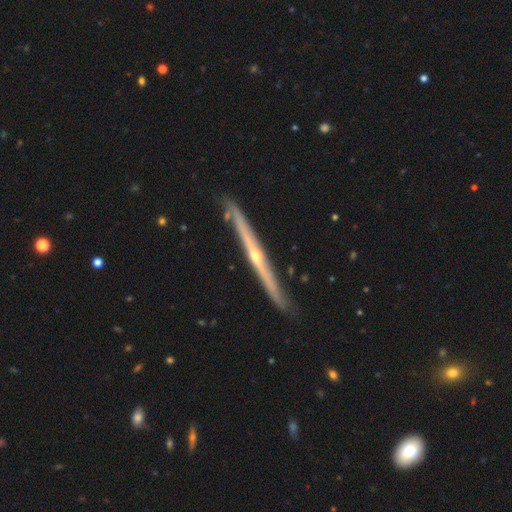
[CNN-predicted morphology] smooth-or-featured: featured or disk: 83% | smooth: 12% | star or artifact: 5%
  disk-edge-on: yes: 97% | no: 3%
    edge-on-bulge: rounded: 68% | none: 29% | boxy: 3%
  merging: none: 87% | minor disturbance: 10% | major disturbance: 2% | merger: 1%